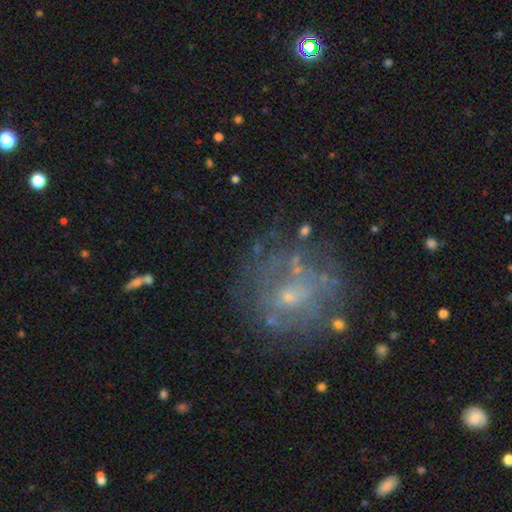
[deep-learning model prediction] smooth-or-featured: featured or disk: 64% | smooth: 21% | star or artifact: 15%
  disk-edge-on: no: 97% | yes: 3%
    bar: no: 73% | weak: 22% | strong: 5%
    has-spiral-arms: no: 55% | yes: 45%
    bulge-size: small: 71% | moderate: 16% | none: 10% | large: 1% | dominant: 1%
  merging: none: 65% | minor disturbance: 17% | major disturbance: 14% | merger: 4%